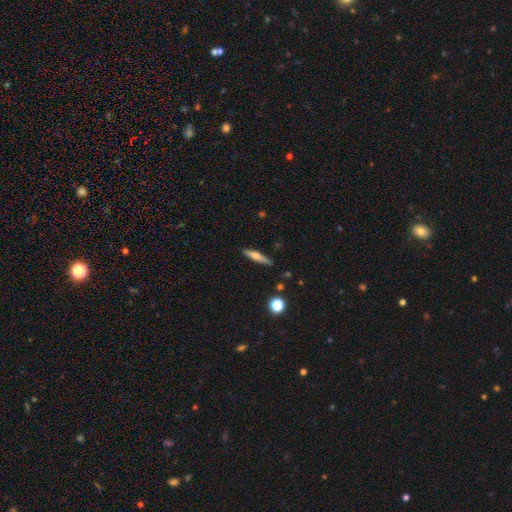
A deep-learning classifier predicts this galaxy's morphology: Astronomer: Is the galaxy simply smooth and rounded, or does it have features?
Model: smooth — 53% (runner-up: featured or disk, 39%).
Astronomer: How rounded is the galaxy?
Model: cigar-shaped — 83%.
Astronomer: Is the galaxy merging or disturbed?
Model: none — 87%.